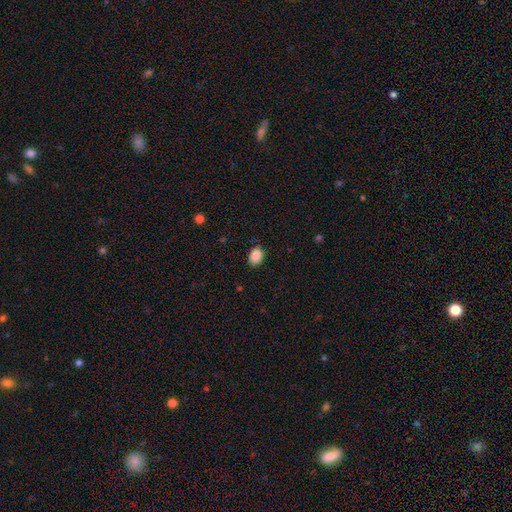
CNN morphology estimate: A smooth galaxy with no disk features (89%) that is in between round and cigar-shaped (77%).

Vote fractions:
- Smooth or featured? smooth: 89% / star or artifact: 8% / featured or disk: 3%
- How rounded? in between: 77% / round: 22% / cigar-shaped: 1%
- Merging? none: 85% / minor disturbance: 11% / major disturbance: 3% / merger: 1%